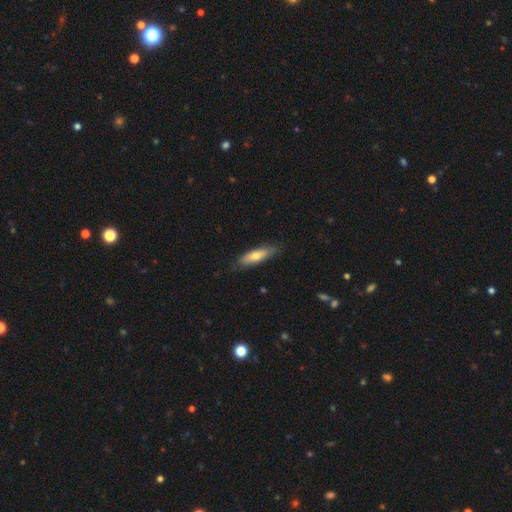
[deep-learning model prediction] smooth-or-featured: smooth: 66% | featured or disk: 28% | star or artifact: 6%
  how-rounded: cigar-shaped: 54% | in between: 44% | round: 2%
  merging: none: 81% | minor disturbance: 16% | major disturbance: 3% | merger: 1%